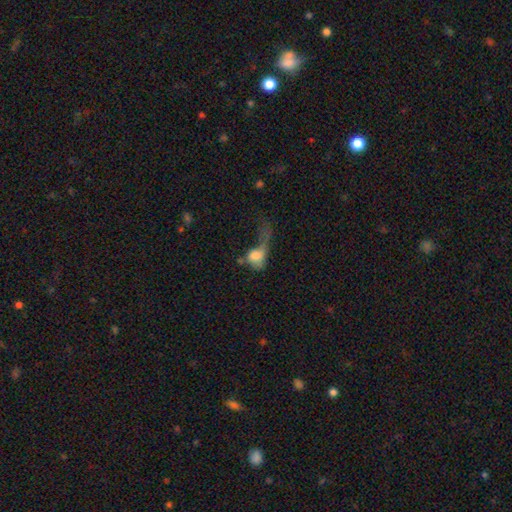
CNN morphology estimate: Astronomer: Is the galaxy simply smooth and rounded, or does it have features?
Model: smooth — 61%.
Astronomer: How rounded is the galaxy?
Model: in between — 67%.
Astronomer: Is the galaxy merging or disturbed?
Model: major disturbance — 67%.